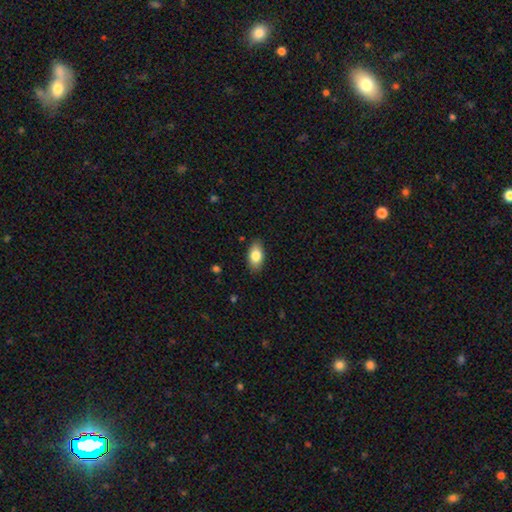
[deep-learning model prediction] The model was most divided on "smooth or featured": smooth: 82%, featured or disk: 11%, star or artifact: 7%. More confident: how rounded — in between (91%); merging — none (87%).